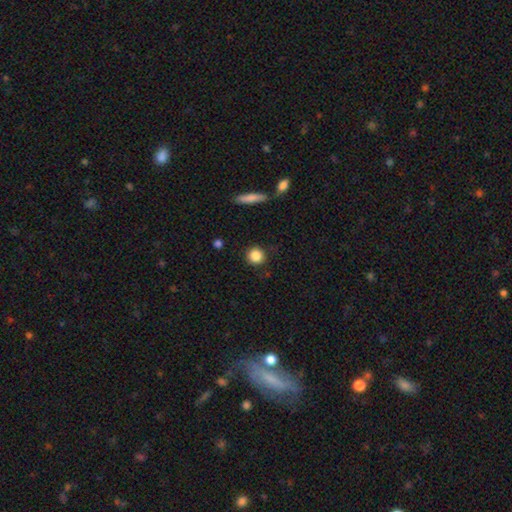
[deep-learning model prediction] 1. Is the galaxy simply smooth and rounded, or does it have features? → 86% smooth, 9% star or artifact, 5% featured or disk.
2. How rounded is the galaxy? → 92% round, 7% in between, 1% cigar-shaped.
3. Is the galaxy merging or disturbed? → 87% none, 8% minor disturbance, 3% major disturbance, 2% merger.